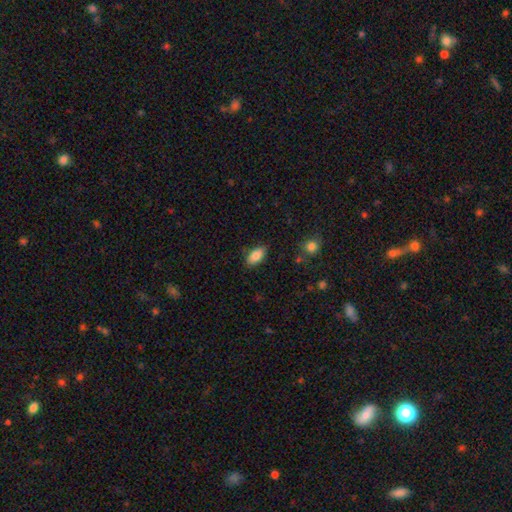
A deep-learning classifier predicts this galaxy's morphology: smooth 85%, featured or disk 7%, star or artifact 7%. Down the decision tree: how rounded — in between (91%); merging — none (82%).